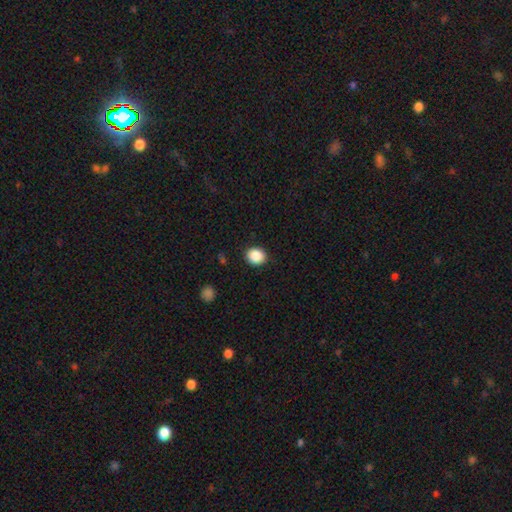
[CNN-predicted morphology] This appears to be a smooth galaxy with no disk features (88%) that is round (72%). Merging: none (90%).